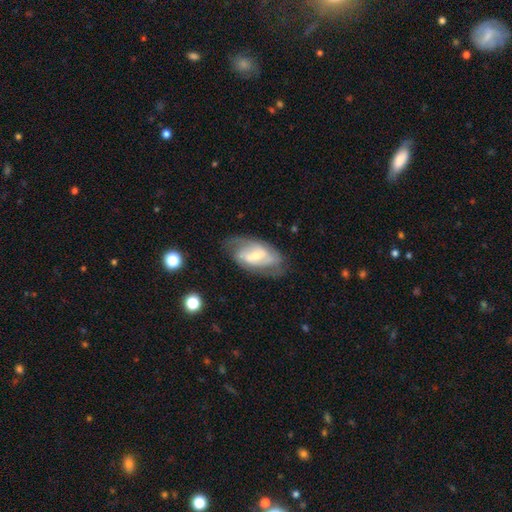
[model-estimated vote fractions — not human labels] Smooth or featured? featured or disk (75%)
Edge-on disk? no (95%)
Bar? weak (49%)
Spiral arms? yes (87%)
Spiral winding? medium (44%)
Spiral arm count? 2 (62%)
Bulge size? small (48%)
Merging? none (67%)